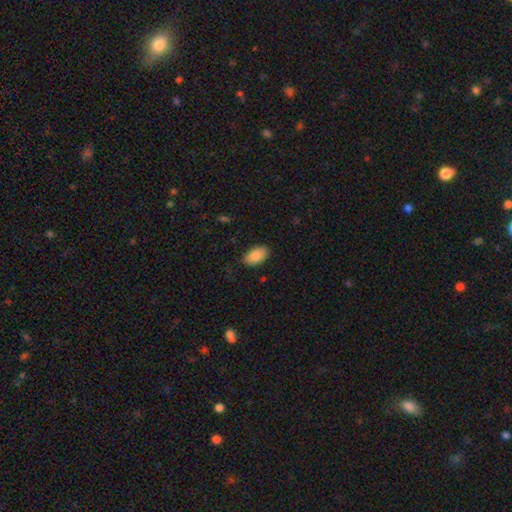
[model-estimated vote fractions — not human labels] Overall: smooth (88%). How rounded: in between (94%). Merging: none (85%).